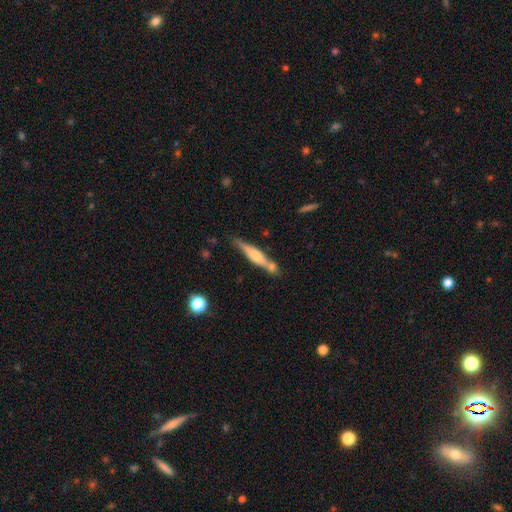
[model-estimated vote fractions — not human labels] A featured or disk galaxy (56%) viewed edge-on (94%) with a rounded central bulge (78%).

Vote fractions:
- Smooth or featured? featured or disk: 56% / smooth: 38% / star or artifact: 6%
- Edge-on disk? yes: 94% / no: 6%
- Edge-on bulge? rounded: 78% / boxy: 13% / none: 8%
- Merging? none: 67% / merger: 16% / minor disturbance: 14% / major disturbance: 3%